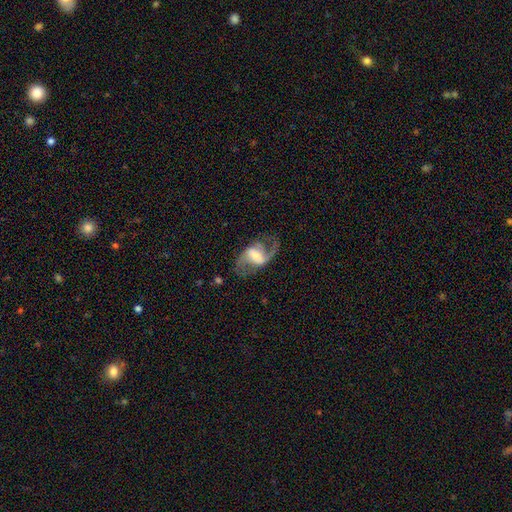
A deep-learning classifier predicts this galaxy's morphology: A featured or disk galaxy (84%) with a strong bar (47%), 2 (89%) loose (51%) spiral arms (93%) and a moderate central bulge (40%). Merging: none (67%).